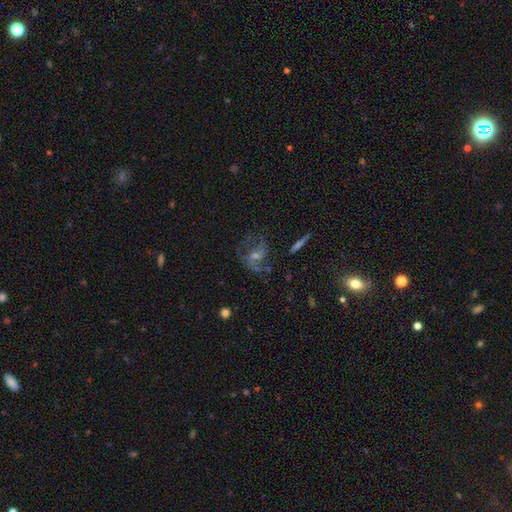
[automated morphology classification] Smooth or featured?
  - featured or disk: 77% *
  - star or artifact: 13%
  - smooth: 10%
Edge-on disk?
  - no: 96% *
  - yes: 4%
Bar?
  - no: 43% *
  - weak: 42%
  - strong: 16%
Spiral arms?
  - yes: 92% *
  - no: 8%
Spiral winding?
  - medium: 48% *
  - loose: 37%
  - tight: 16%
Spiral arm count?
  - 2: 71% *
  - can't tell: 11%
  - 3: 7%
  - 1: 6%
  - 4: 3%
  - more than 4: 2%
Bulge size?
  - small: 50% *
  - moderate: 40%
  - none: 6%
  - large: 3%
  - dominant: 1%
Merging?
  - none: 63% *
  - major disturbance: 17%
  - minor disturbance: 17%
  - merger: 4%